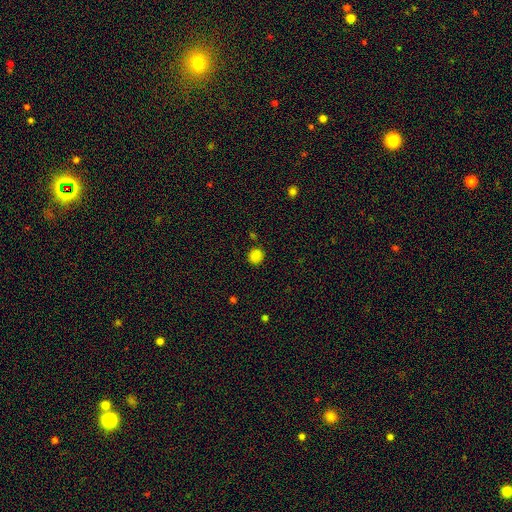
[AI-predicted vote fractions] The model was most divided on "smooth or featured": smooth: 83%, star or artifact: 14%, featured or disk: 3%. More confident: how rounded — round (85%); merging — none (82%).